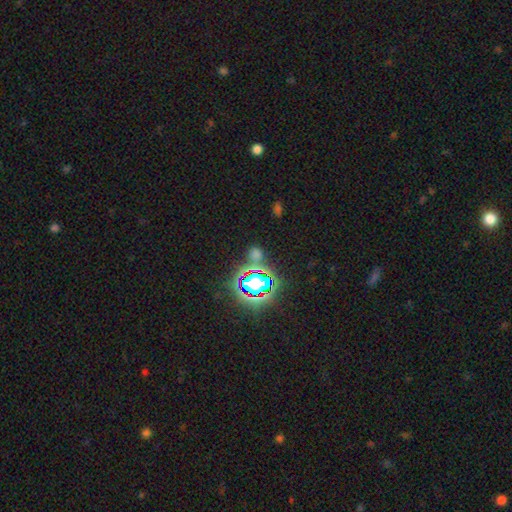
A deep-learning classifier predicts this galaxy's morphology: Overall: star or artifact (55%; smooth 37%).